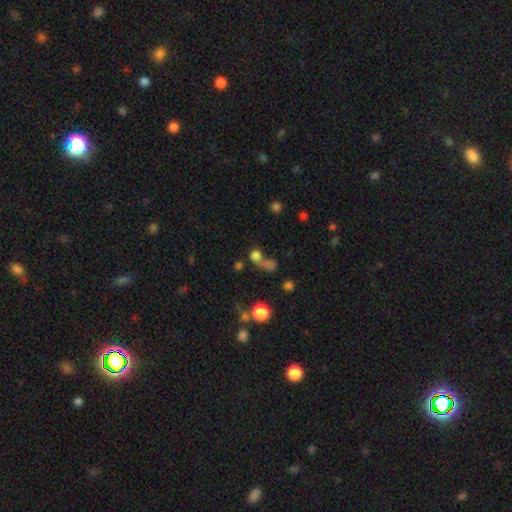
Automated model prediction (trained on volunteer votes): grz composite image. It shows a smooth galaxy with no disk features (71%) that is round (76%). Merging: merger (44%).